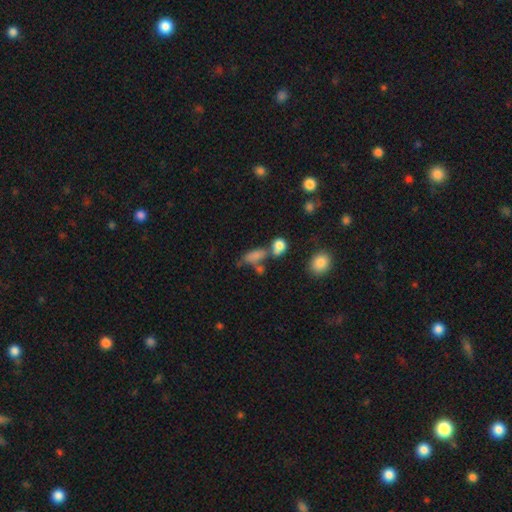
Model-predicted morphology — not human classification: smooth 46%, star or artifact 34%, featured or disk 21%. Down the decision tree: merging — none (50%).